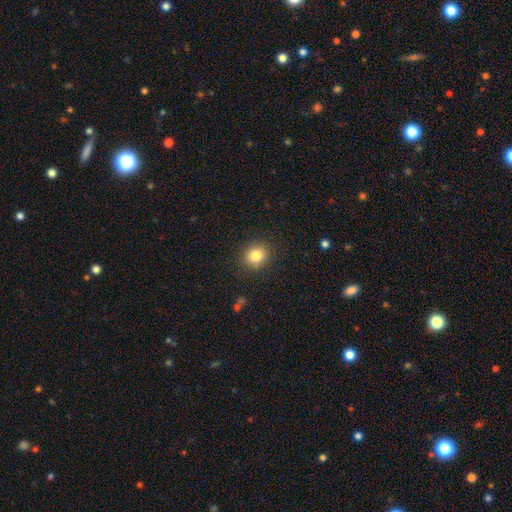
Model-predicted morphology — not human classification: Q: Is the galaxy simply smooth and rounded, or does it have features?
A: smooth — 83%.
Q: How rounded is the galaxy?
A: round — 77%.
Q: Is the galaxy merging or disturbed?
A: none — 88%.